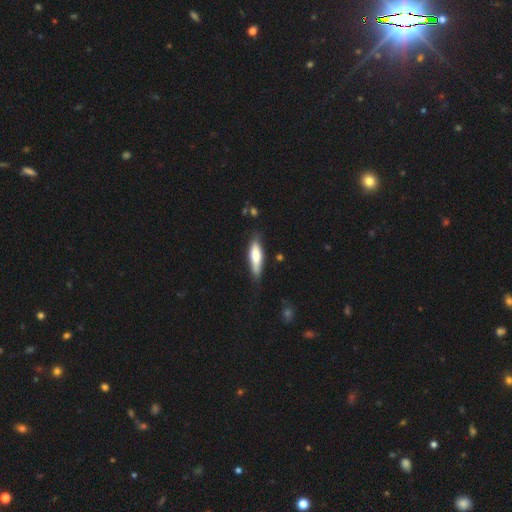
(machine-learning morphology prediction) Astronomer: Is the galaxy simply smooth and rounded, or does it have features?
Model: smooth — 70%.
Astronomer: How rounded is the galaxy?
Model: cigar-shaped — 59% (runner-up: in between, 39%).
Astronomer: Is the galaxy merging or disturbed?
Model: none — 72%.